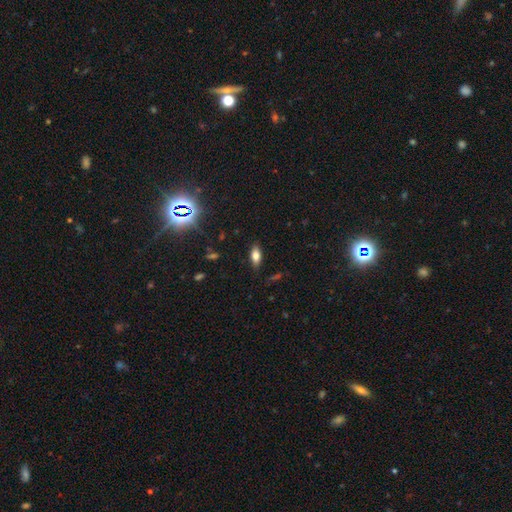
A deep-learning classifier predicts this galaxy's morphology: A smooth galaxy with no disk features (72%) that is in between round and cigar-shaped (83%).

Vote fractions:
- Smooth or featured? smooth: 72% / featured or disk: 17% / star or artifact: 11%
- How rounded? in between: 83% / cigar-shaped: 14% / round: 3%
- Merging? none: 84% / minor disturbance: 12% / major disturbance: 3% / merger: 1%